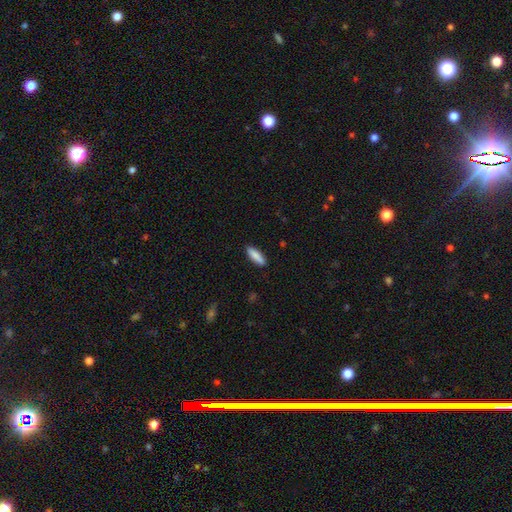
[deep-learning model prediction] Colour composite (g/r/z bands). It shows a smooth galaxy with no disk features (86%) that is cigar-shaped (58%). Merging: none (89%).